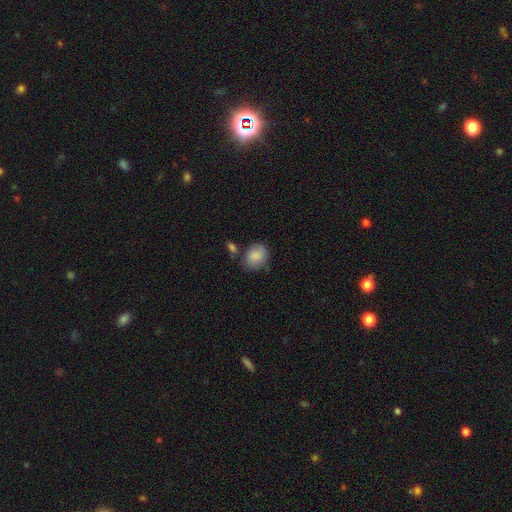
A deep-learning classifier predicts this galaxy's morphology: type=smooth (83%); roundness=in between (56%); merging=none (60%).